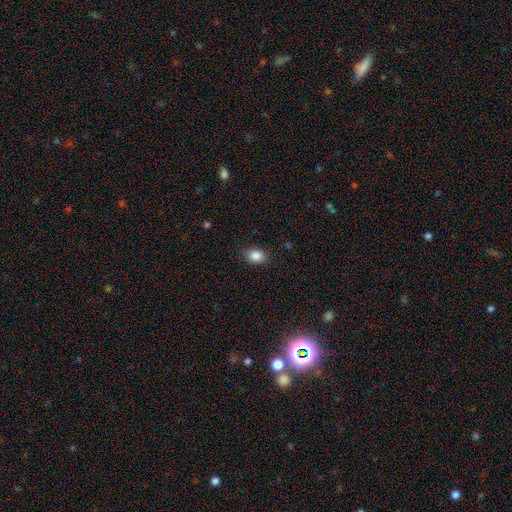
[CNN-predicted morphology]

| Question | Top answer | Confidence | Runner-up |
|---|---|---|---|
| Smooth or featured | smooth | 86% | star or artifact (9%) |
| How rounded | in between | 64% | round (35%) |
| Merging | none | 84% | minor disturbance (12%) |